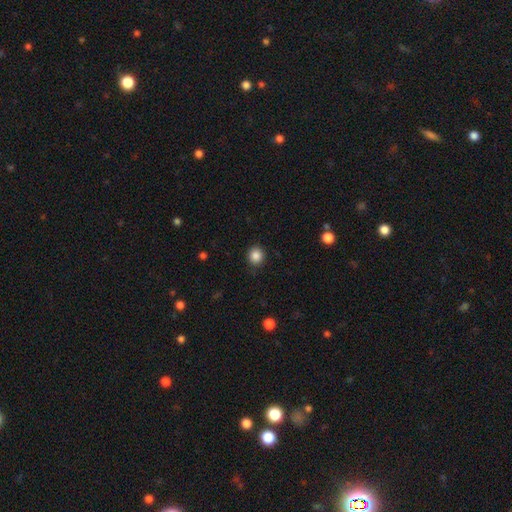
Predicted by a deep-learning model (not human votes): Morphology: type=smooth (86%); roundness=round (88%); merging=none (89%).